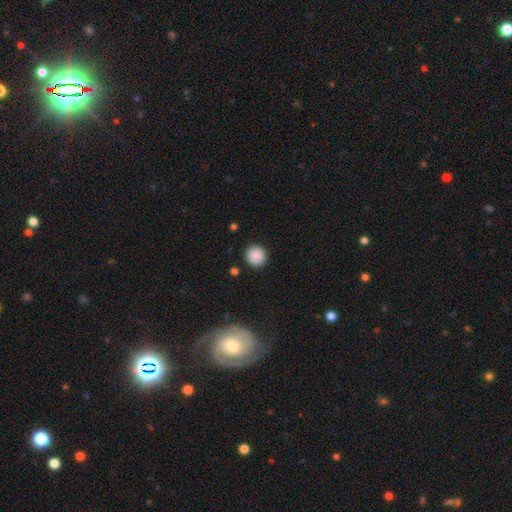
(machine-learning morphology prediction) type=smooth (89%); roundness=round (92%); merging=none (91%).